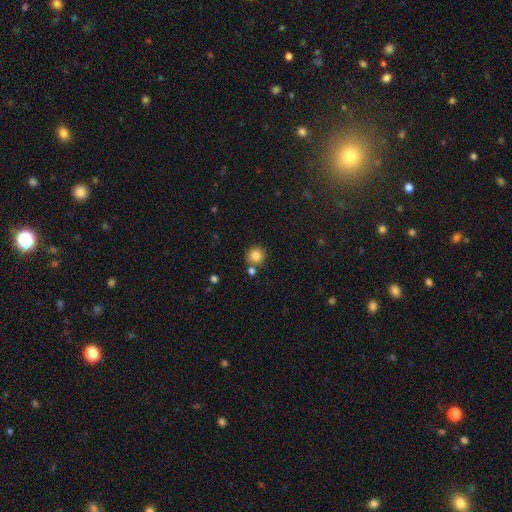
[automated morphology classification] A smooth galaxy with no disk features (84%) that is round (92%).

Vote fractions:
- Smooth or featured? smooth: 84% / star or artifact: 10% / featured or disk: 6%
- How rounded? round: 92% / in between: 7% / cigar-shaped: 1%
- Merging? none: 76% / merger: 13% / minor disturbance: 8% / major disturbance: 2%